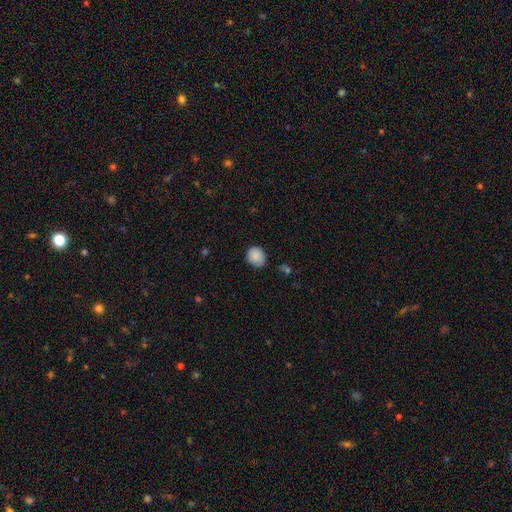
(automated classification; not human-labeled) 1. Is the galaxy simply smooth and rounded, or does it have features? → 88% smooth, 8% star or artifact, 4% featured or disk.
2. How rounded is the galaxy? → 77% round, 22% in between, 1% cigar-shaped.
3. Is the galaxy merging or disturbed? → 77% none, 19% minor disturbance, 3% major disturbance, 2% merger.